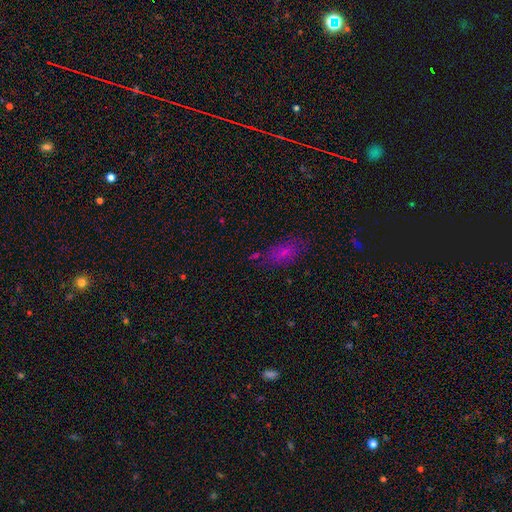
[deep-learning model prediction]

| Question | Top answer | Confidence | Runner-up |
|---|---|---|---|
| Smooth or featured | smooth | 61% | star or artifact (28%) |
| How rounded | in between | 83% | cigar-shaped (9%) |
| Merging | none | 68% | minor disturbance (19%) |